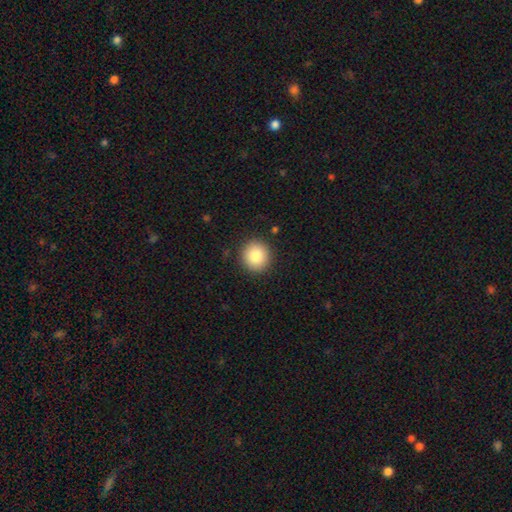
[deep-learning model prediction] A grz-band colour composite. It shows a smooth galaxy with no disk features (83%) that is round (92%). Merging: none (90%).